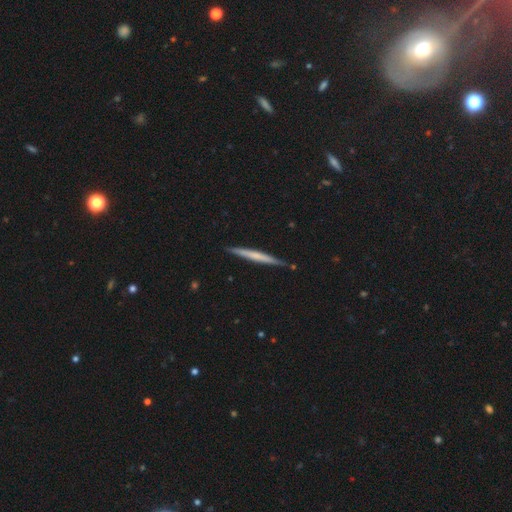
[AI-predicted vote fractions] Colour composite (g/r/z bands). It shows a featured or disk galaxy (48%). Merging: none (87%).